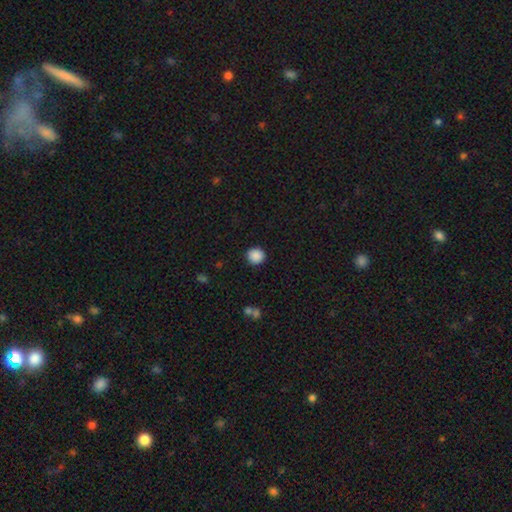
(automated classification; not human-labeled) Smooth or featured: smooth — 89% (star or artifact — 9%)
How rounded: round — 89% (in between — 10%)
Merging: none — 91% (minor disturbance — 6%)